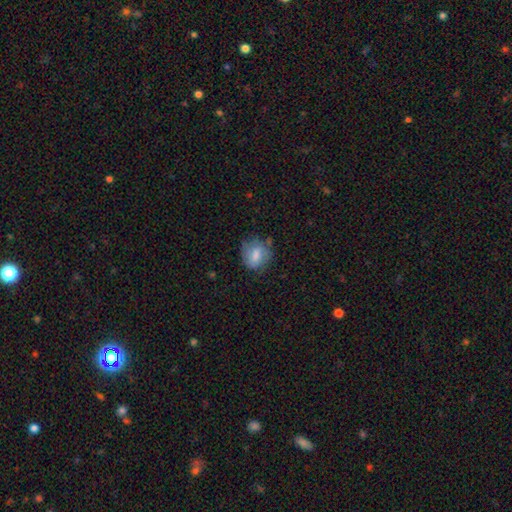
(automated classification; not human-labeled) smooth 70%, featured or disk 22%, star or artifact 8%. Down the decision tree: how rounded — round (56%); merging — none (61%).